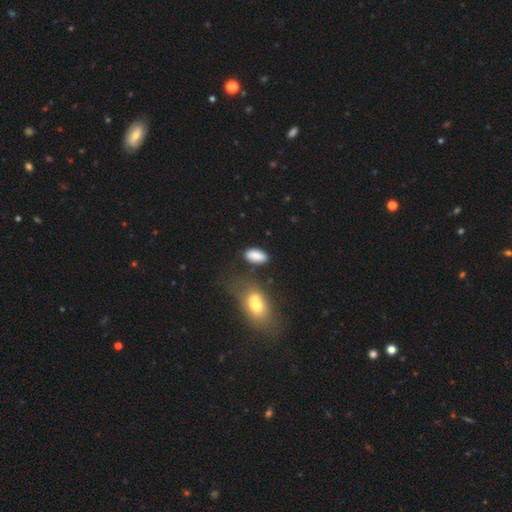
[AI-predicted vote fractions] smooth 86%, star or artifact 8%, featured or disk 6%. Down the decision tree: how rounded — in between (92%); merging — none (74%).